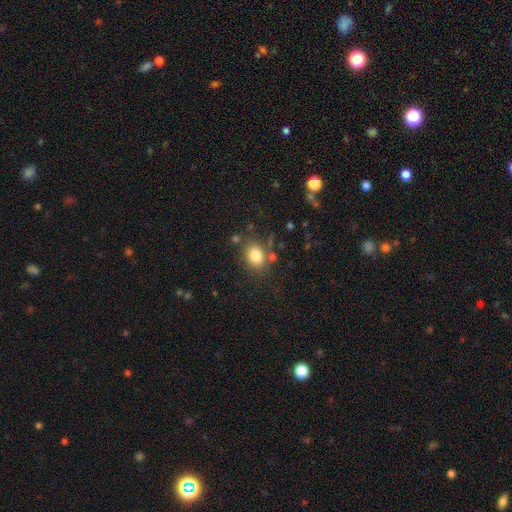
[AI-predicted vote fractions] Morphology: type=smooth (82%); roundness=in between (57%); merging=none (73%).